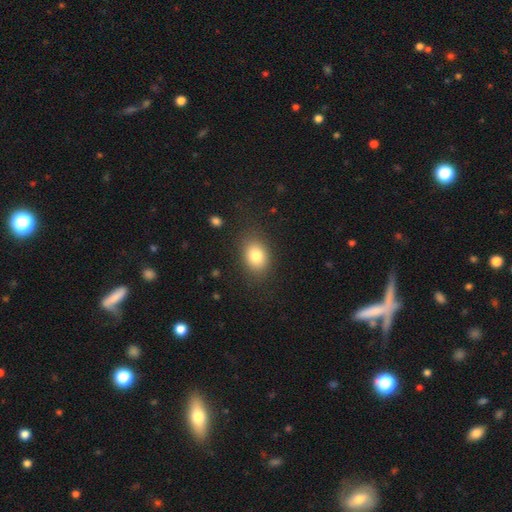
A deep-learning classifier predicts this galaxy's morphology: Smooth or featured?
  - smooth: 80% *
  - featured or disk: 10%
  - star or artifact: 10%
How rounded?
  - in between: 69% *
  - round: 30%
  - cigar-shaped: 1%
Merging?
  - none: 82% *
  - minor disturbance: 12%
  - major disturbance: 5%
  - merger: 1%